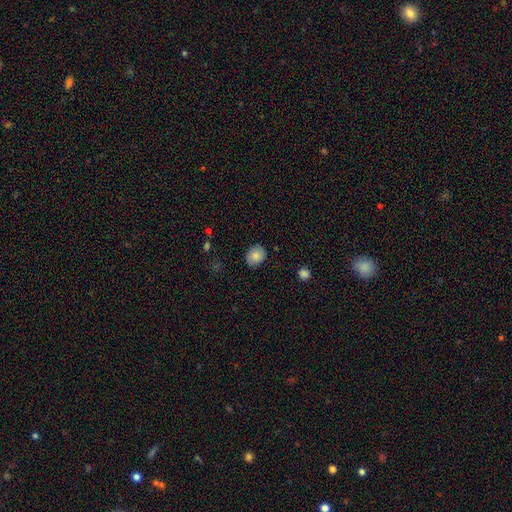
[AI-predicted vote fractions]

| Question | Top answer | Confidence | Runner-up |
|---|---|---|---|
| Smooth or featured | smooth | 83% | featured or disk (9%) |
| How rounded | round | 54% | in between (46%) |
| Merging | none | 84% | minor disturbance (12%) |